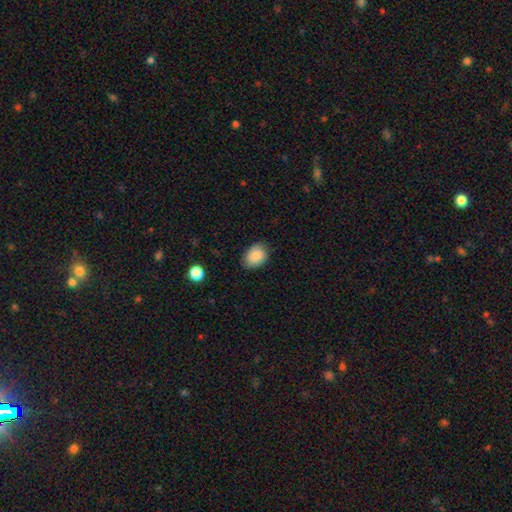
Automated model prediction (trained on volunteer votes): smooth-or-featured: smooth: 87% | star or artifact: 7% | featured or disk: 6%
  how-rounded: in between: 70% | round: 29% | cigar-shaped: 1%
  merging: none: 80% | minor disturbance: 16% | major disturbance: 3% | merger: 1%